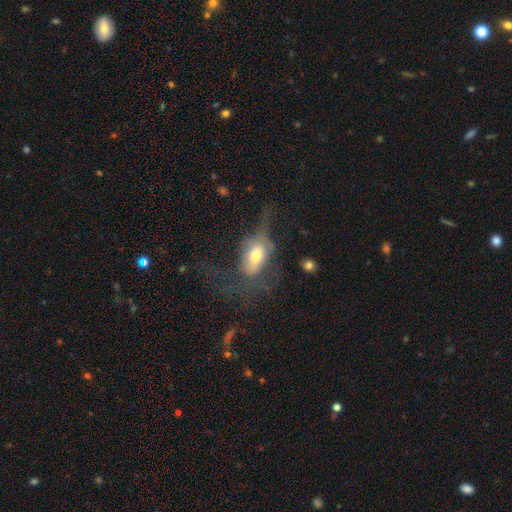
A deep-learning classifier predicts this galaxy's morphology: A smooth galaxy with no disk features (55%) that is in between round and cigar-shaped (85%). Merging: major disturbance (52%).